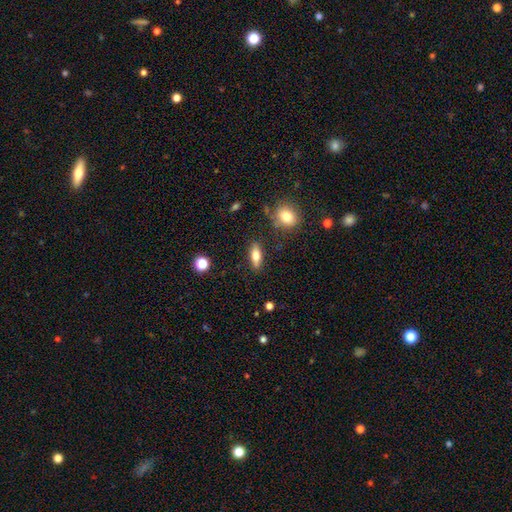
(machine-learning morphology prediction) This appears to be a smooth galaxy with no disk features (66%) that is in between round and cigar-shaped (63%). Merging: none (85%).